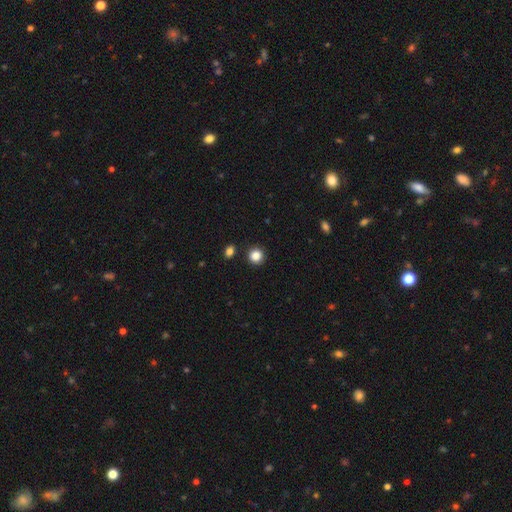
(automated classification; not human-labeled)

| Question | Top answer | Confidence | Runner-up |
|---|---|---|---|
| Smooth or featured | smooth | 86% | star or artifact (10%) |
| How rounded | round | 91% | in between (8%) |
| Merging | none | 89% | minor disturbance (6%) |